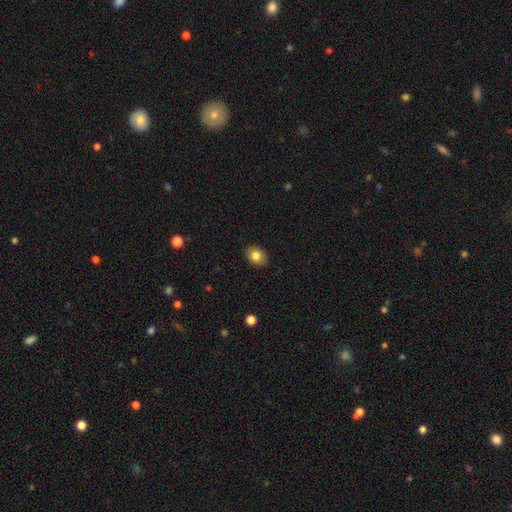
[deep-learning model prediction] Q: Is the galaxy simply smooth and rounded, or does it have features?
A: smooth — 82%.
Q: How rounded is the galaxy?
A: in between — 70%.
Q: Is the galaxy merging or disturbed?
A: none — 88%.